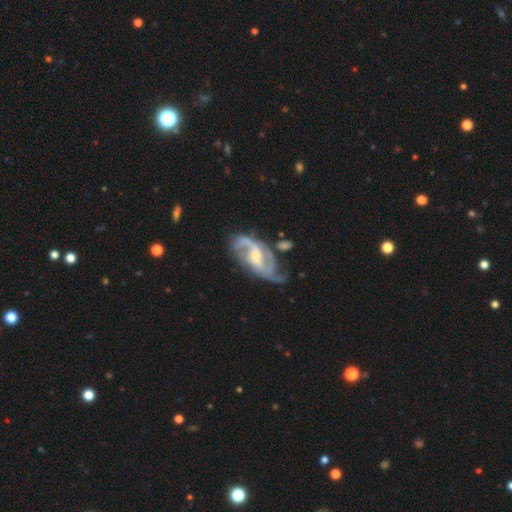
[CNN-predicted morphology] A featured or disk galaxy (89%) with a weak bar (45%), 2 (68%) medium (48%) spiral arms (97%) and a small central bulge (57%).

Vote fractions:
- Smooth or featured? featured or disk: 89% / smooth: 6% / star or artifact: 5%
- Edge-on disk? no: 96% / yes: 4%
- Bar? weak: 45% / no: 32% / strong: 24%
- Spiral arms? yes: 97% / no: 3%
- Spiral winding? medium: 48% / loose: 32% / tight: 20%
- Spiral arm count? 2: 68% / 3: 14% / can't tell: 9% / 4: 4% / 1: 3% / more than 4: 3%
- Bulge size? small: 57% / moderate: 39% / none: 2% / large: 2% / dominant: 1%
- Merging? none: 53% / minor disturbance: 24% / major disturbance: 16% / merger: 7%